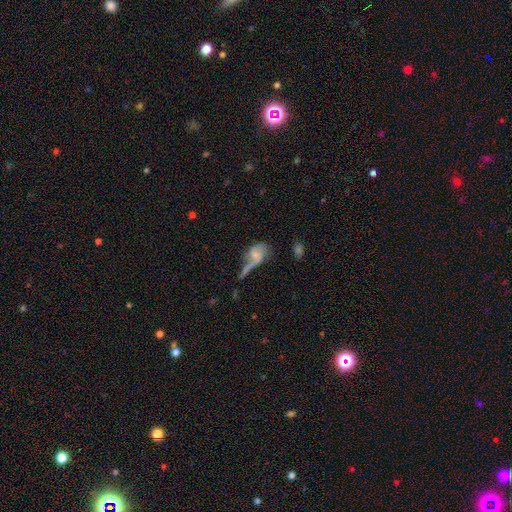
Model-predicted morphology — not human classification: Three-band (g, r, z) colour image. It shows a featured or disk galaxy (48%). Merging: major disturbance (33%).